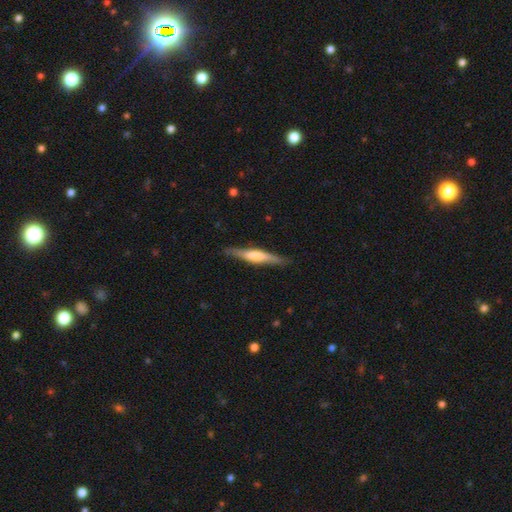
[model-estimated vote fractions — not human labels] A featured or disk galaxy (55%) viewed edge-on (95%) with a rounded central bulge (51%). Merging: none (85%).